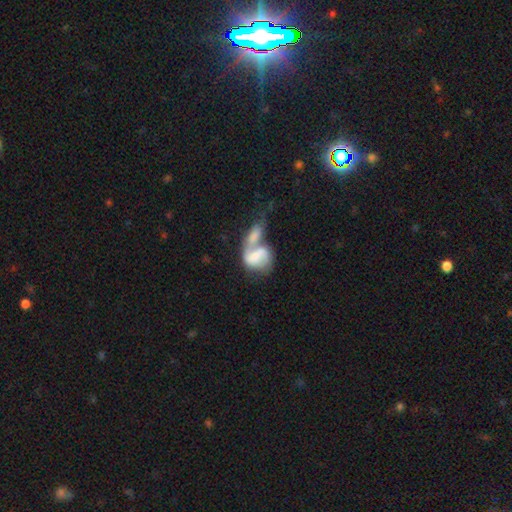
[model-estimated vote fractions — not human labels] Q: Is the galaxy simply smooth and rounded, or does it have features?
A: featured or disk — 52%.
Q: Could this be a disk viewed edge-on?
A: no — 96%.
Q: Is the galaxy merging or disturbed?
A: merger — 67%.